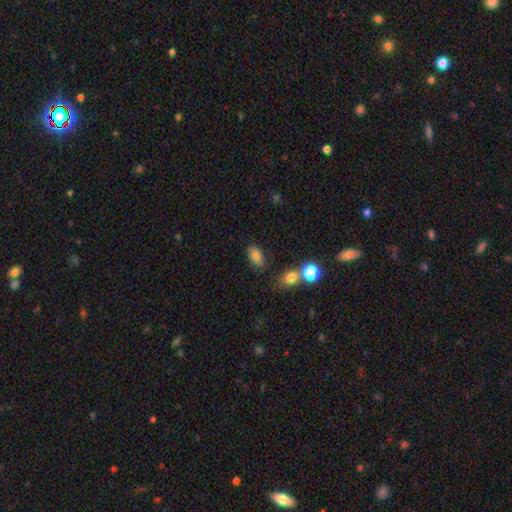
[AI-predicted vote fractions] Smooth or featured: smooth — 79% (star or artifact — 13%)
How rounded: in between — 86% (round — 11%)
Merging: none — 74% (minor disturbance — 13%)